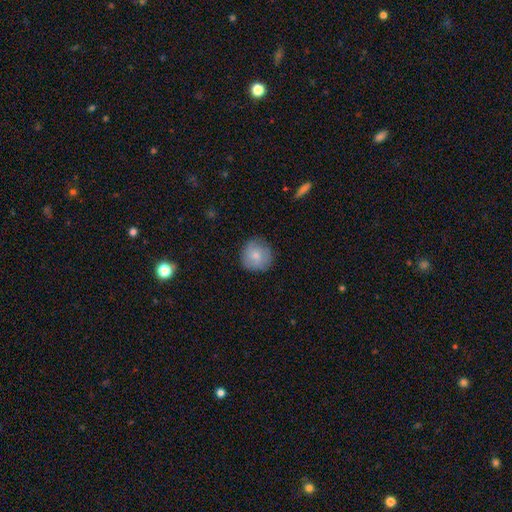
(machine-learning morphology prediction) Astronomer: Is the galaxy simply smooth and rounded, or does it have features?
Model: smooth — 79%.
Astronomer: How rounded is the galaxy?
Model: round — 93%.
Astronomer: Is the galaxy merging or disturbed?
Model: none — 85%.